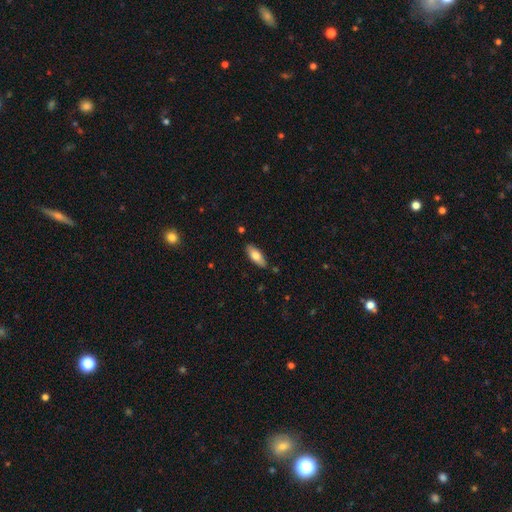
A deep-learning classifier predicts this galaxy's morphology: This is likely a smooth galaxy (72%). How rounded: likely in between (74%). Merging: clearly none (85%).